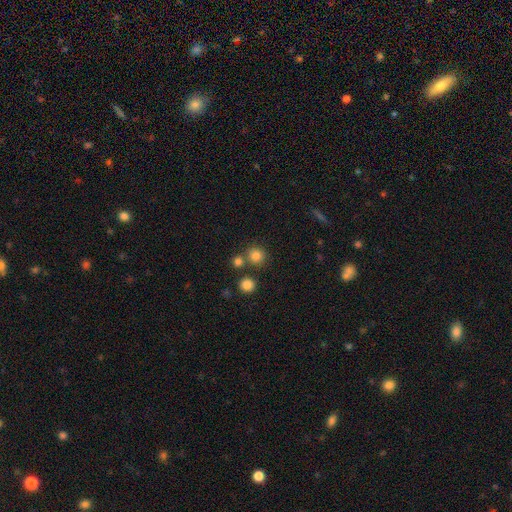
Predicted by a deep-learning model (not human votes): A smooth galaxy with no disk features (81%) that is round (91%). Merging: none (71%).